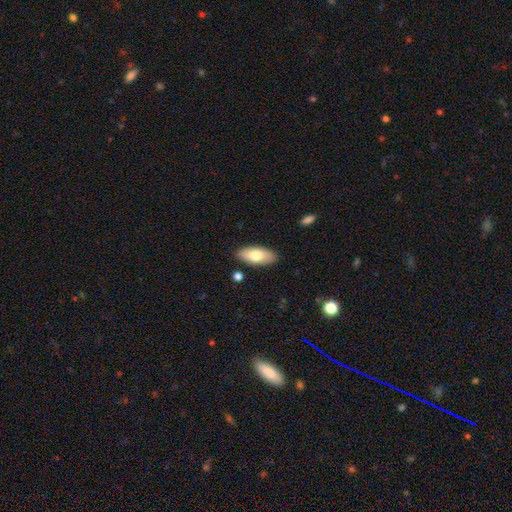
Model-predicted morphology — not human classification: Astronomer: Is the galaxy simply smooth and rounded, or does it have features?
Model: smooth — 75%.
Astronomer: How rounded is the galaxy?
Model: in between — 85%.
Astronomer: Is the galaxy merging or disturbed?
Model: none — 87%.